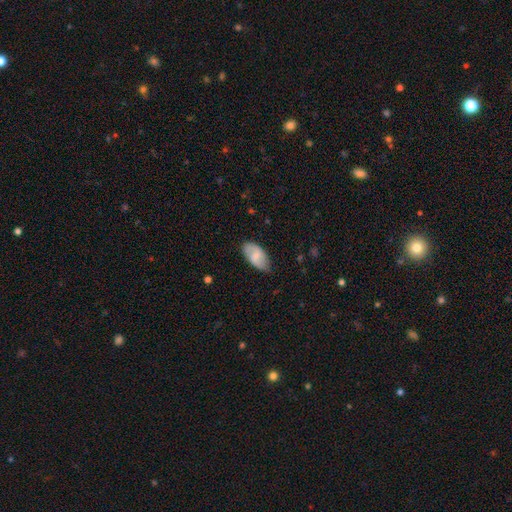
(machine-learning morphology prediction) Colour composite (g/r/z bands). It shows a smooth galaxy with no disk features (57%) that is in between round and cigar-shaped (94%). Merging: none (77%).